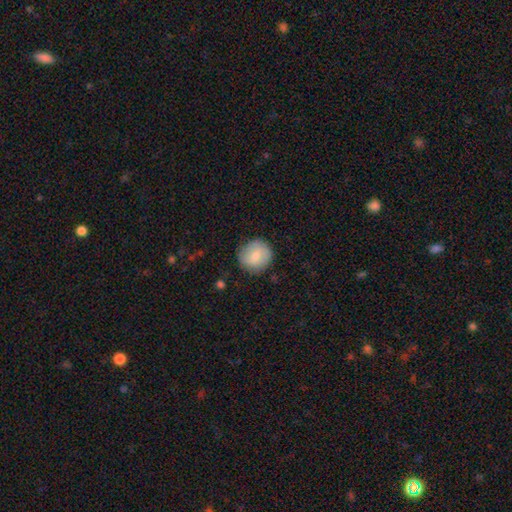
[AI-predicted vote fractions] Smooth or featured: smooth — 75% (featured or disk — 18%)
How rounded: round — 91% (in between — 8%)
Merging: none — 84% (minor disturbance — 12%)